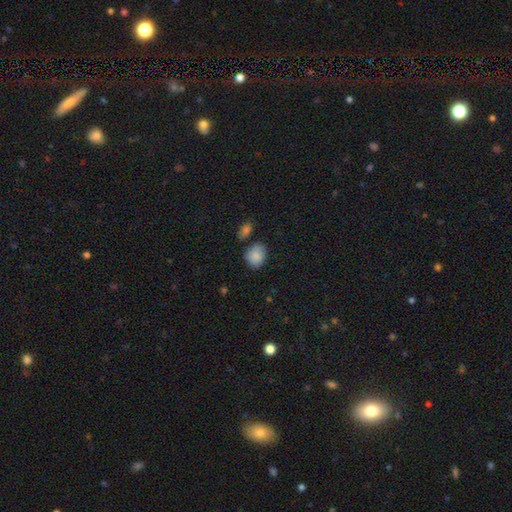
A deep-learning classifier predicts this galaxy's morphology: Smooth or featured: smooth — 87% (star or artifact — 8%)
How rounded: in between — 50% (round — 49%)
Merging: none — 66% (minor disturbance — 21%)